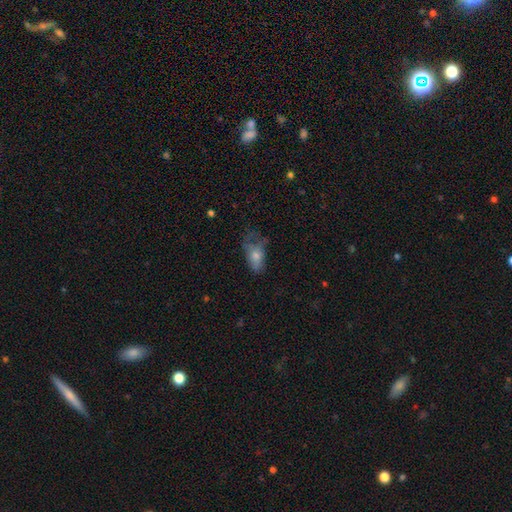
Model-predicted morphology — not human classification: Smooth or featured? smooth (70%)
How rounded? in between (88%)
Merging? major disturbance (41%)